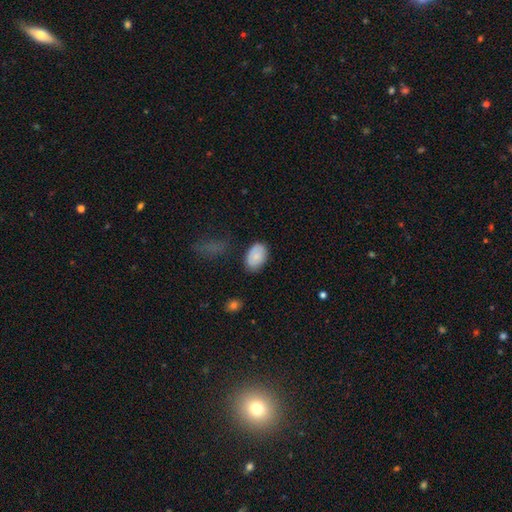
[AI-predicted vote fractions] Smooth or featured: smooth — 80% (featured or disk — 13%)
How rounded: in between — 90% (round — 8%)
Merging: none — 77% (minor disturbance — 17%)